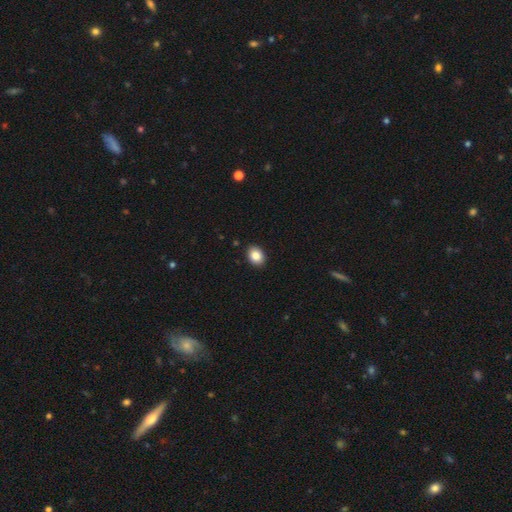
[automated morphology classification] The model was most divided on "how rounded": in between: 66%, round: 33%, cigar-shaped: 1%. More confident: merging — none (90%); smooth or featured — smooth (86%).